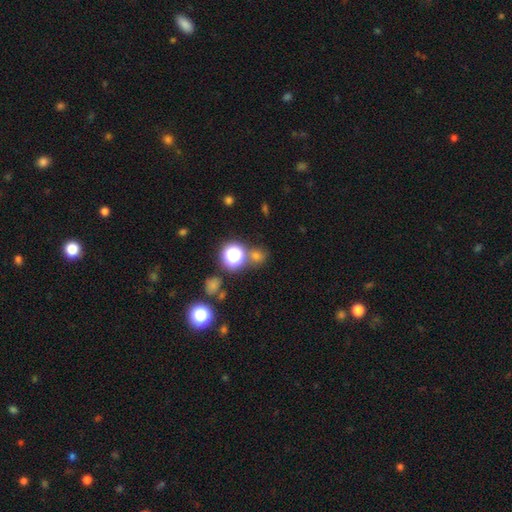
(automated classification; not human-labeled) Overall: smooth (58%; star or artifact 36%). How rounded: round (82%). Merging: none (71%).